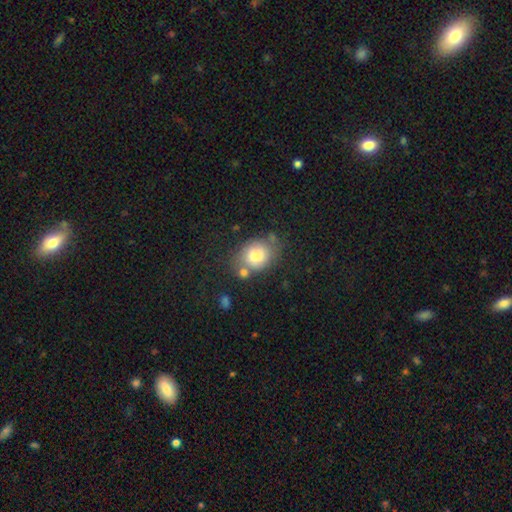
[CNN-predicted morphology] smooth_or_featured: smooth (p=0.80) [alt: featured or disk p=0.12]
how_rounded: round (p=0.54) [alt: in between p=0.45]
merging: none (p=0.58) [alt: minor disturbance p=0.20]